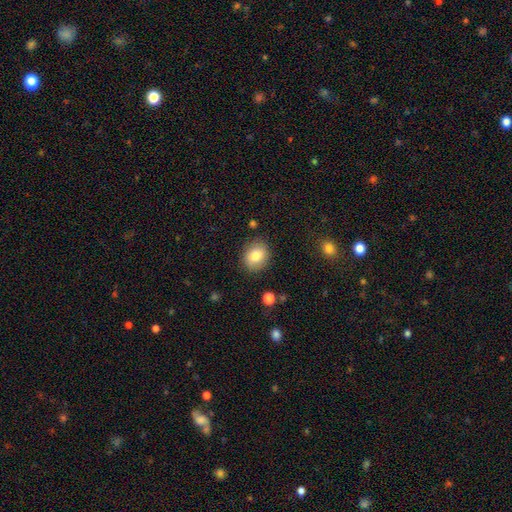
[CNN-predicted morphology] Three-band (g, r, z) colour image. It shows a smooth galaxy with no disk features (82%) that is round (62%). Merging: none (86%).